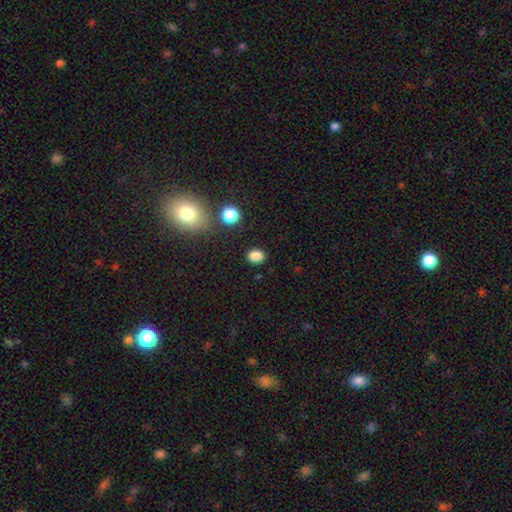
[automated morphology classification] Smooth or featured? smooth (84%)
How rounded? in between (52%)
Merging? none (86%)